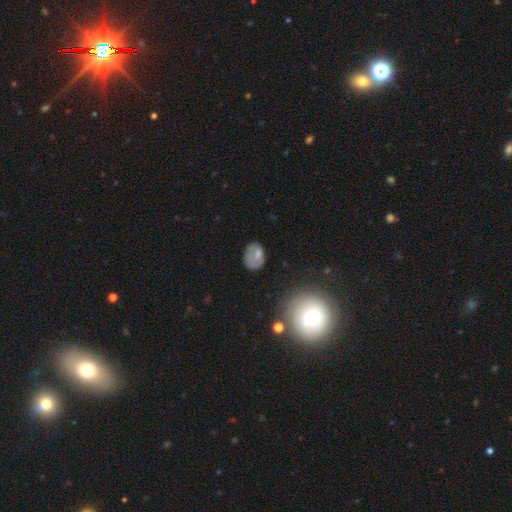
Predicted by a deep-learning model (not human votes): A smooth galaxy with no disk features (63%) that is in between round and cigar-shaped (66%).

Vote fractions:
- Smooth or featured? smooth: 63% / featured or disk: 26% / star or artifact: 11%
- How rounded? in between: 66% / round: 32% / cigar-shaped: 1%
- Merging? none: 54% / minor disturbance: 27% / major disturbance: 14% / merger: 4%